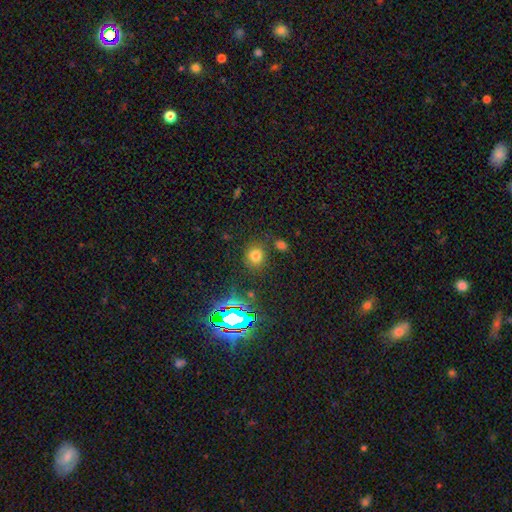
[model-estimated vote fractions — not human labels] smooth 70%, star or artifact 22%, featured or disk 7%. Down the decision tree: how rounded — round (78%); merging — none (78%).